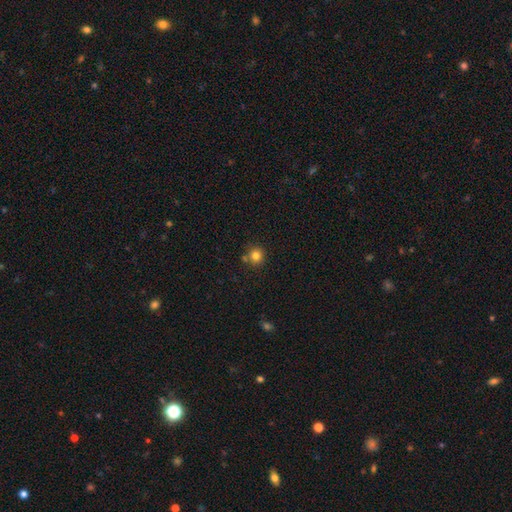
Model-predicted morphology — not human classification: Smooth or featured: smooth — 82% (star or artifact — 13%)
How rounded: round — 92% (in between — 8%)
Merging: none — 75% (merger — 13%)